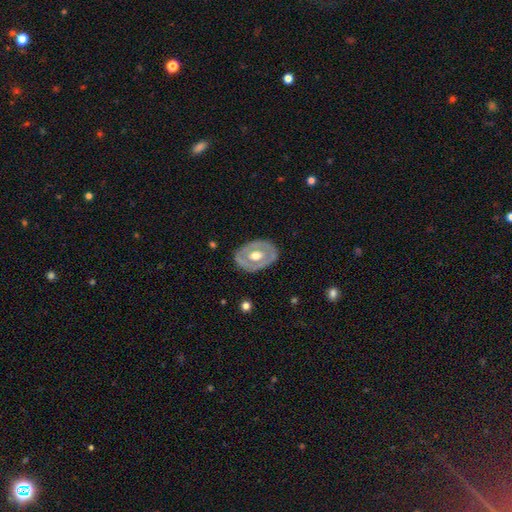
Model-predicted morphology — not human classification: Overall: featured or disk (62%; smooth 33%). Edge-on disk: no (91%). Bar: no (75%). Spiral arms: no (84%). Bulge size: moderate (71%). Merging: none (80%).